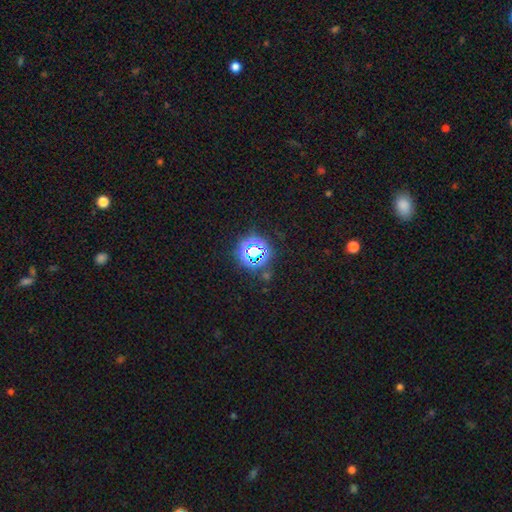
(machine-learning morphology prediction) type=star or artifact (69%).